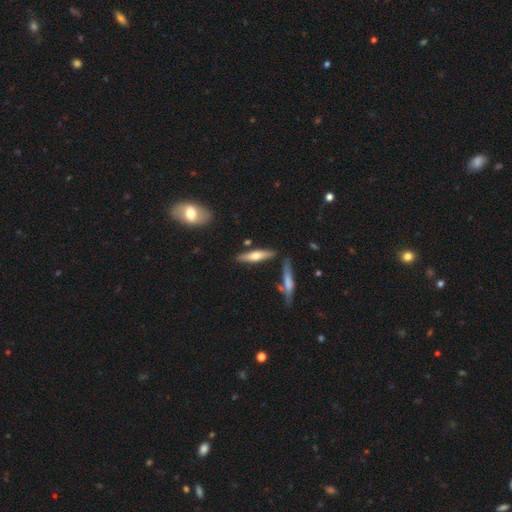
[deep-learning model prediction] The model was most divided on "smooth or featured": smooth: 51%, featured or disk: 43%, star or artifact: 6%. More confident: merging — none (79%); how rounded — cigar-shaped (78%).